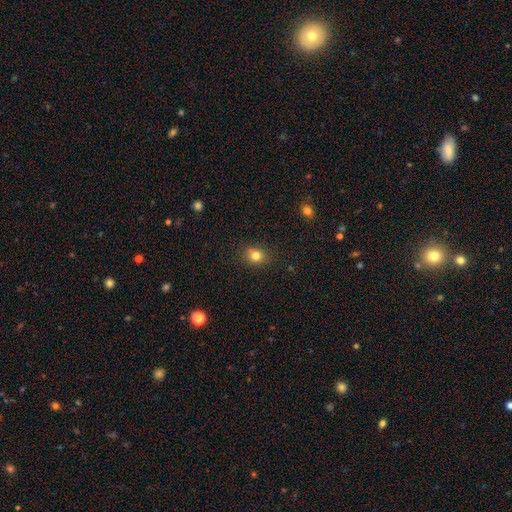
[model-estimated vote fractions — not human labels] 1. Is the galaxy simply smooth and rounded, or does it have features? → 80% smooth, 13% star or artifact, 7% featured or disk.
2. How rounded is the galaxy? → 55% round, 44% in between, 1% cigar-shaped.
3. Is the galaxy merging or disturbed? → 81% none, 13% minor disturbance, 3% major disturbance, 2% merger.